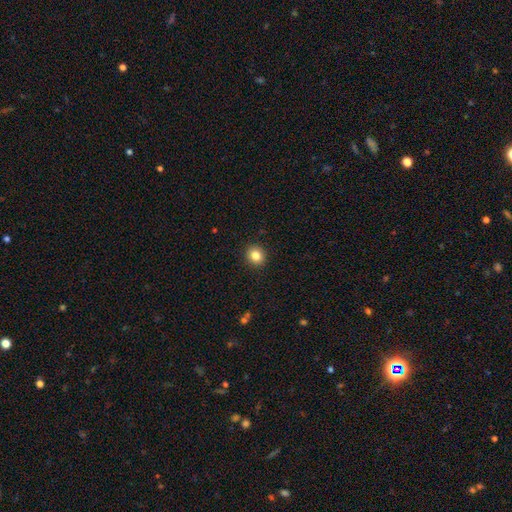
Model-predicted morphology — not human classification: This appears to be a smooth galaxy with no disk features (83%) that is round (84%). Merging: none (92%).